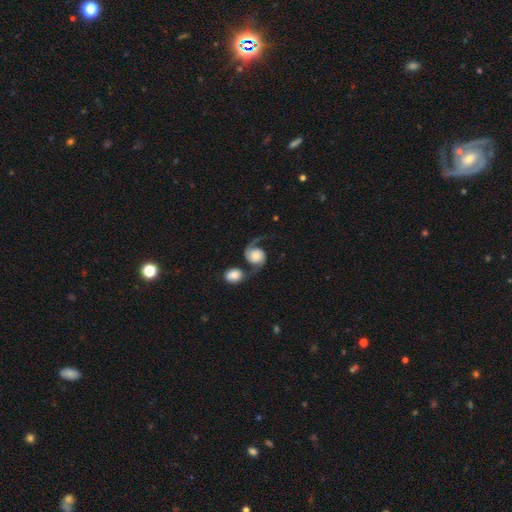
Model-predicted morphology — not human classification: Smooth or featured? featured or disk (81%)
Edge-on disk? no (98%)
Bar? no (77%)
Spiral arms? yes (97%)
Spiral winding? loose (52%)
Spiral arm count? 2 (86%)
Bulge size? small (26%)
Merging? none (43%)